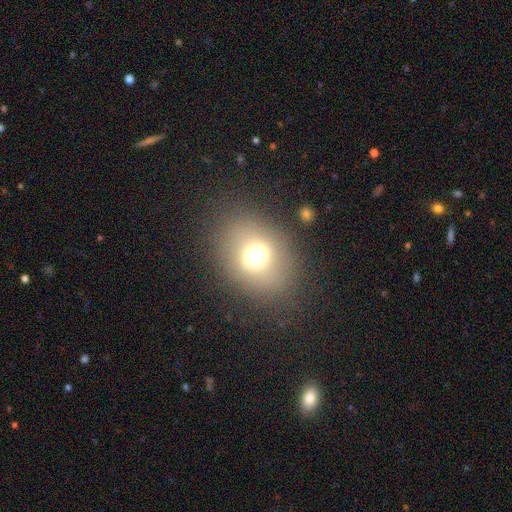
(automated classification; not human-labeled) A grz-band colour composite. It shows a smooth galaxy with no disk features (67%) that is round (60%). Merging: none (79%).